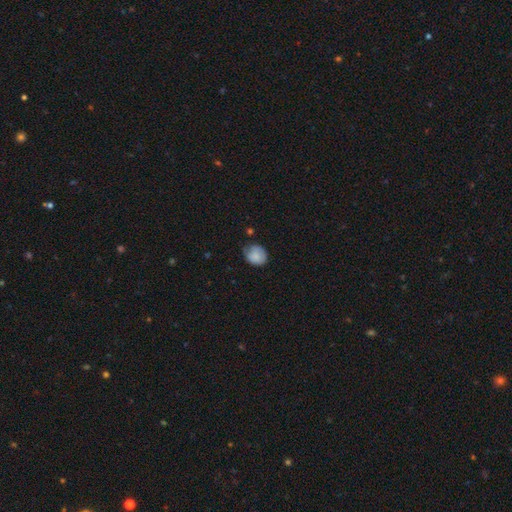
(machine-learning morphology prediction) Smooth or featured? smooth (83%)
How rounded? round (69%)
Merging? none (58%)